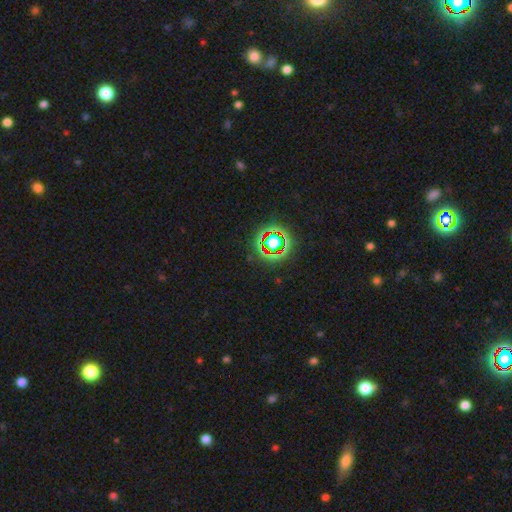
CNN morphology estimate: Q: Smooth or featured?
A: star or artifact (78%); runner-up: smooth (14%)